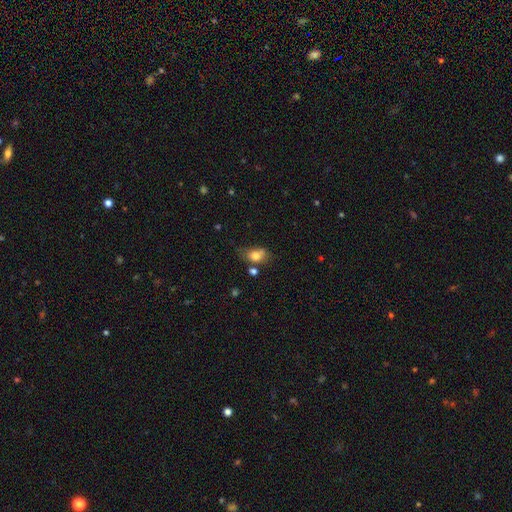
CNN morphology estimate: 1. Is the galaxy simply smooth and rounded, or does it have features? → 76% smooth, 14% featured or disk, 10% star or artifact.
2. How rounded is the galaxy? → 71% in between, 27% round, 2% cigar-shaped.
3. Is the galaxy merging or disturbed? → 42% none, 31% minor disturbance, 14% merger, 13% major disturbance.